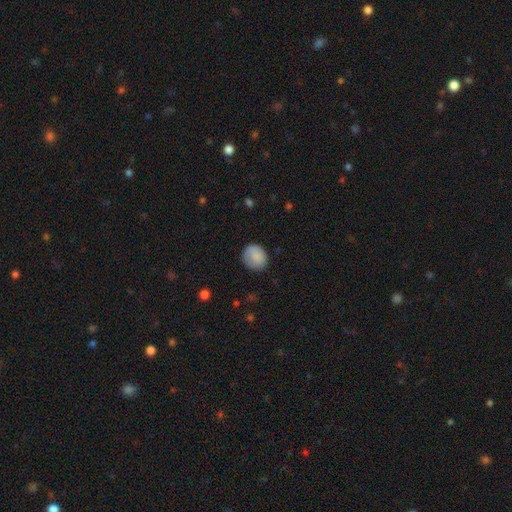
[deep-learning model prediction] Smooth or featured? Predicted: smooth (p=0.84). How rounded? Predicted: round (p=0.78). Merging? Predicted: none (p=0.77).